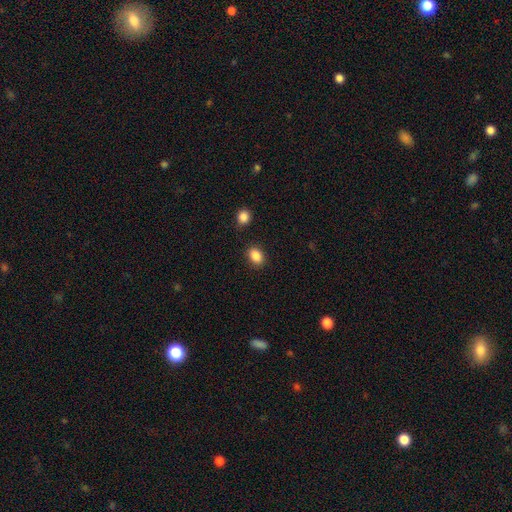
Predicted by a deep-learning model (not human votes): This is clearly a smooth galaxy (87%). How rounded: likely in between (73%). Merging: clearly none (85%).